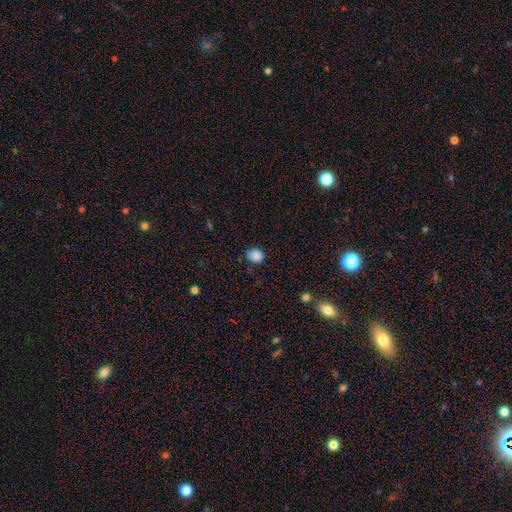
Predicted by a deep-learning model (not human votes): A smooth galaxy with no disk features (86%) that is round (67%).

Vote fractions:
- Smooth or featured? smooth: 86% / star or artifact: 11% / featured or disk: 3%
- How rounded? round: 67% / in between: 32% / cigar-shaped: 1%
- Merging? none: 78% / minor disturbance: 17% / major disturbance: 3% / merger: 2%